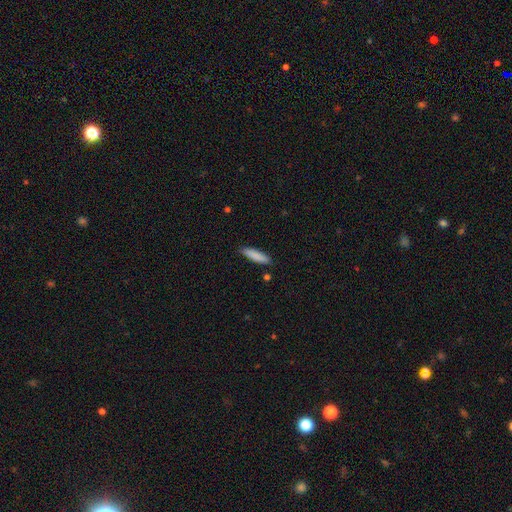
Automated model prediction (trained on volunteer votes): A smooth galaxy with no disk features (86%) that is cigar-shaped (71%).

Vote fractions:
- Smooth or featured? smooth: 86% / featured or disk: 8% / star or artifact: 6%
- How rounded? cigar-shaped: 71% / in between: 27% / round: 1%
- Merging? none: 85% / minor disturbance: 11% / major disturbance: 2% / merger: 2%